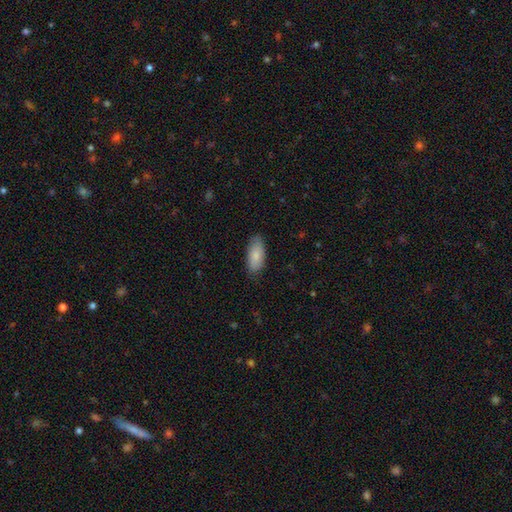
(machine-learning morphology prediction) Smooth or featured? Predicted: smooth (p=0.84). How rounded? Predicted: in between (p=0.89). Merging? Predicted: none (p=0.82).